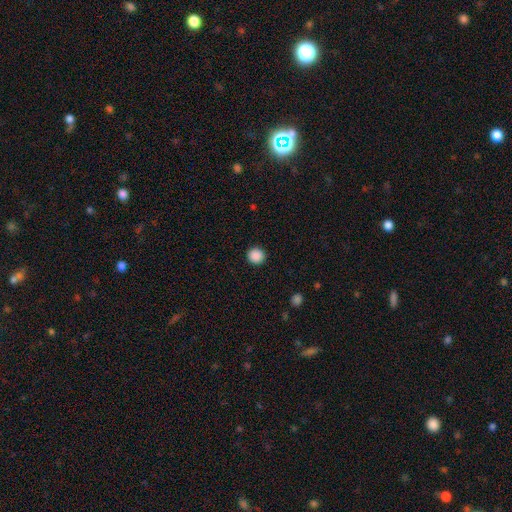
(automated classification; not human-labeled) The model was most divided on "smooth or featured": smooth: 89%, star or artifact: 9%, featured or disk: 2%. More confident: merging — none (93%); how rounded — round (93%).